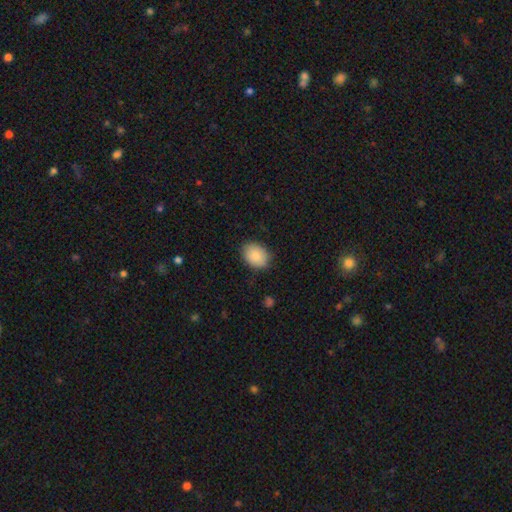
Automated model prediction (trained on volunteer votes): Morphology: type=smooth (88%); roundness=in between (70%); merging=none (85%).